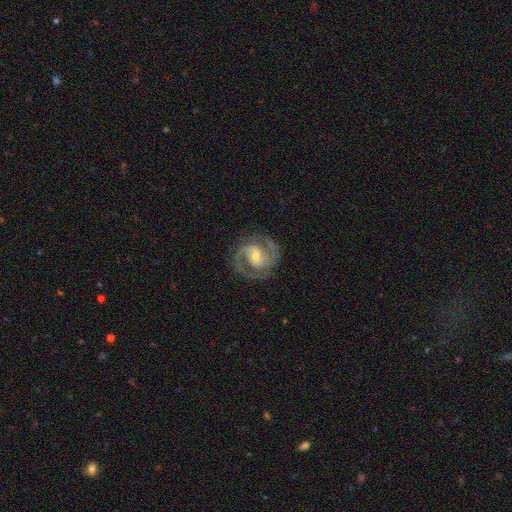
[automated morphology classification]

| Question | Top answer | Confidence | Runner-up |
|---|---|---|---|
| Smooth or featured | featured or disk | 89% | smooth (6%) |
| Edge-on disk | no | 98% | yes (2%) |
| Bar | weak | 47% | strong (27%) |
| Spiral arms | yes | 97% | no (3%) |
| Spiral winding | medium | 53% | tight (37%) |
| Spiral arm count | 2 | 90% | can't tell (3%) |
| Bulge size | small | 49% | moderate (43%) |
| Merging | none | 81% | minor disturbance (12%) |